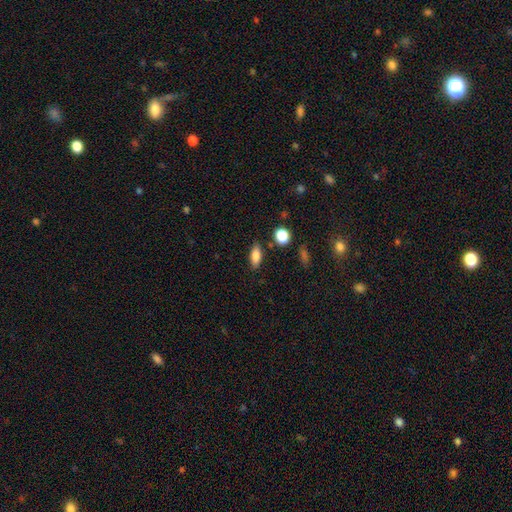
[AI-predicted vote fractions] smooth 82%, star or artifact 9%, featured or disk 9%. Down the decision tree: how rounded — in between (78%); merging — none (83%).